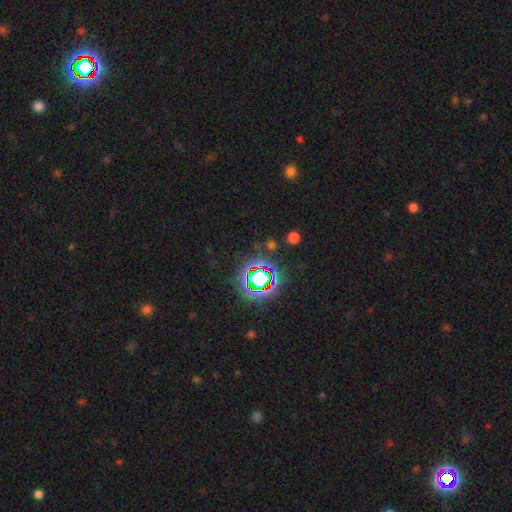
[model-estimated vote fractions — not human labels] A star or artifact, not a galaxy (80%).